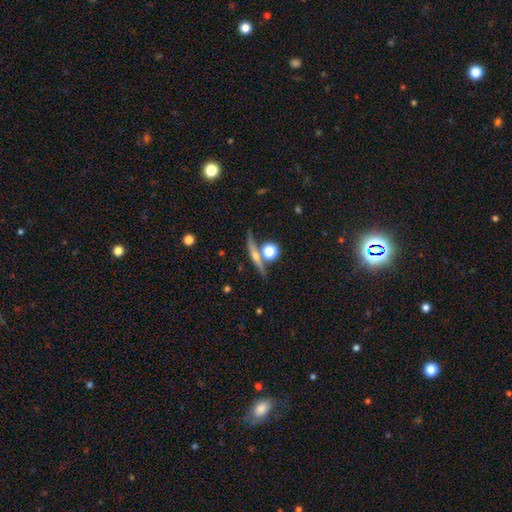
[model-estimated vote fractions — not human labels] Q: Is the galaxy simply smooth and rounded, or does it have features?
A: featured or disk — 59%.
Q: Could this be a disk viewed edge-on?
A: yes — 92%.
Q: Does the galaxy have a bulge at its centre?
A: rounded — 78%.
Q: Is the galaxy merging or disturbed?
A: none — 72%.